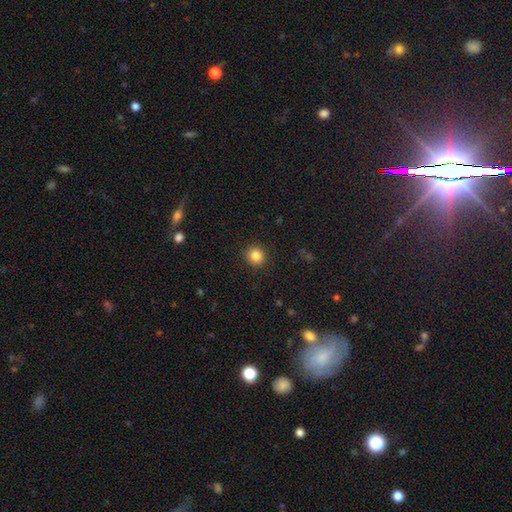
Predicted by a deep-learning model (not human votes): The model was most divided on "smooth or featured": smooth: 85%, star or artifact: 11%, featured or disk: 4%. More confident: how rounded — round (91%); merging — none (91%).